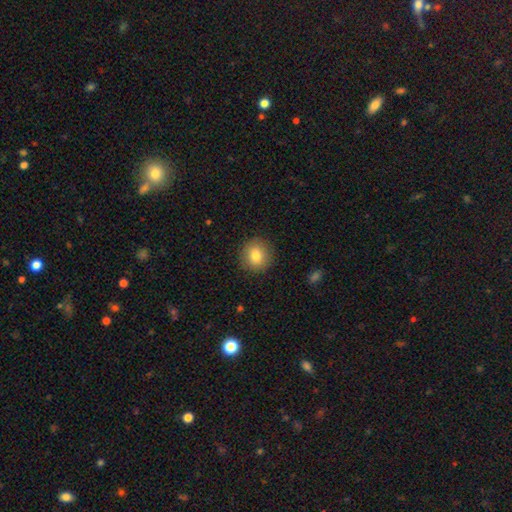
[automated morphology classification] This appears to be a smooth galaxy with no disk features (82%) that is round (89%). Merging: none (90%).